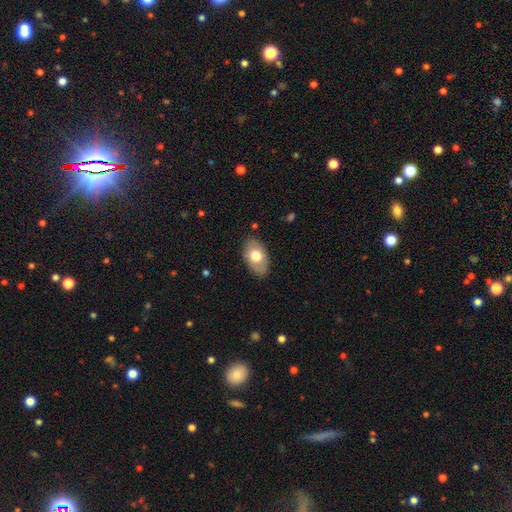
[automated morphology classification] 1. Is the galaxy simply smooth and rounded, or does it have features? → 70% smooth, 23% featured or disk, 6% star or artifact.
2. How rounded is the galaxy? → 92% in between, 7% round, 1% cigar-shaped.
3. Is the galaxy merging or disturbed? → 83% none, 13% minor disturbance, 3% major disturbance, 1% merger.